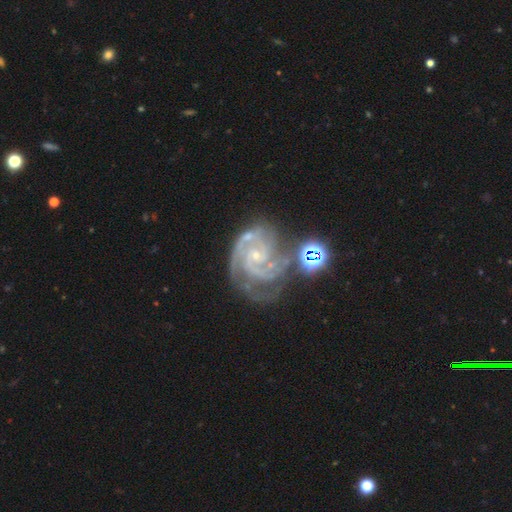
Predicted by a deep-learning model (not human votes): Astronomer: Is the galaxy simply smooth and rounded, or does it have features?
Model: featured or disk — 90%.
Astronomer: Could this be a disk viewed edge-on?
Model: no — 98%.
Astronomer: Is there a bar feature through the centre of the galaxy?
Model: no — 67%.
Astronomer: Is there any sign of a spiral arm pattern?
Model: yes — 98%.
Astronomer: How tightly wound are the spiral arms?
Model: tight — 59% (runner-up: medium, 36%).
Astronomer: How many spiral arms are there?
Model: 3 — 35% (runner-up: 2, 32%).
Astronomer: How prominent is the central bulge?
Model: small — 81%.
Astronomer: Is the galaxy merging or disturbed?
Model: none — 44% (runner-up: minor disturbance, 24%).